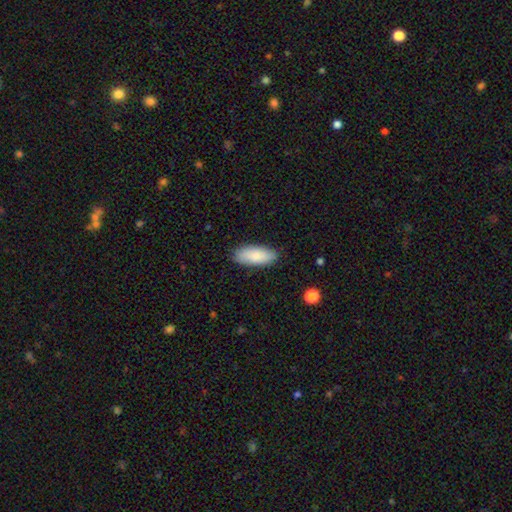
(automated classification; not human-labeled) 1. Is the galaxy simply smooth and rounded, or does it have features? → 86% smooth, 9% featured or disk, 6% star or artifact.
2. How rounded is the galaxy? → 81% in between, 18% cigar-shaped, 2% round.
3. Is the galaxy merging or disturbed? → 86% none, 11% minor disturbance, 2% major disturbance, 1% merger.